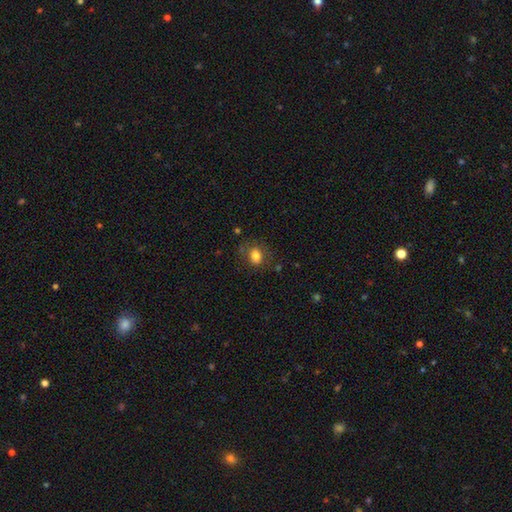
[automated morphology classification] This appears to be a smooth galaxy with no disk features (78%) that is in between round and cigar-shaped (52%). Merging: none (73%).